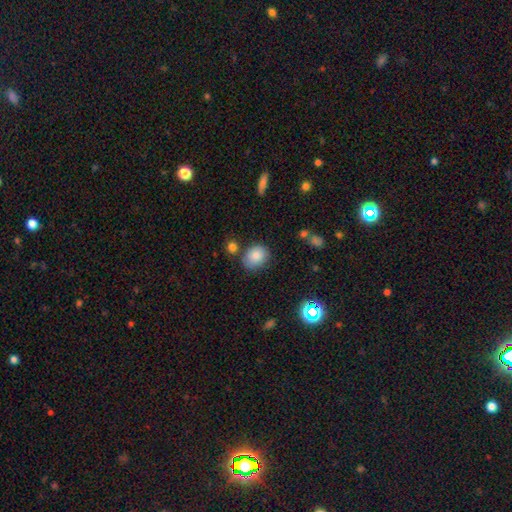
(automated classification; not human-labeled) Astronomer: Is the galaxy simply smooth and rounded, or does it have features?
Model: smooth — 84%.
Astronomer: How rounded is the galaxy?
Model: round — 55% (runner-up: in between, 44%).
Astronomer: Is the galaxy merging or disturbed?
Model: none — 73%.